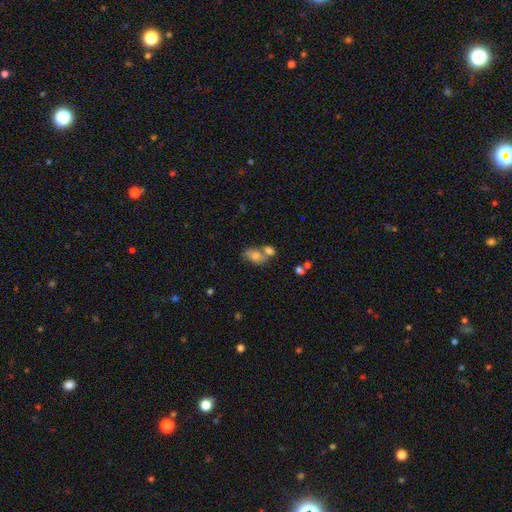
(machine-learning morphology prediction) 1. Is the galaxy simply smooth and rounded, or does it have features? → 61% smooth, 27% featured or disk, 12% star or artifact.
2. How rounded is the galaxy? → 81% in between, 16% round, 3% cigar-shaped.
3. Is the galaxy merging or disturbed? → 50% merger, 28% none, 13% minor disturbance, 8% major disturbance.